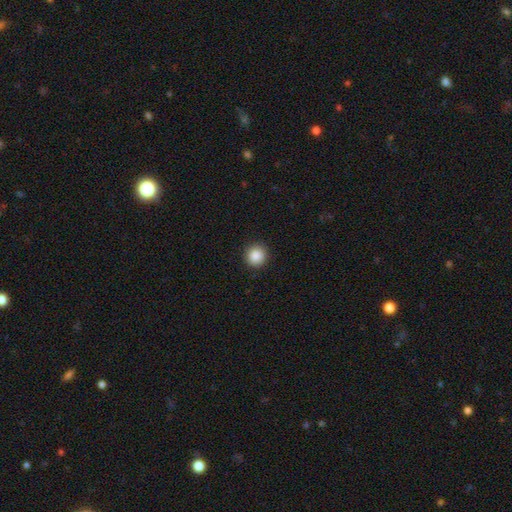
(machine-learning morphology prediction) A smooth galaxy with no disk features (88%) that is round (93%).

Vote fractions:
- Smooth or featured? smooth: 88% / star or artifact: 9% / featured or disk: 3%
- How rounded? round: 93% / in between: 6% / cigar-shaped: 1%
- Merging? none: 92% / minor disturbance: 5% / major disturbance: 2% / merger: 1%